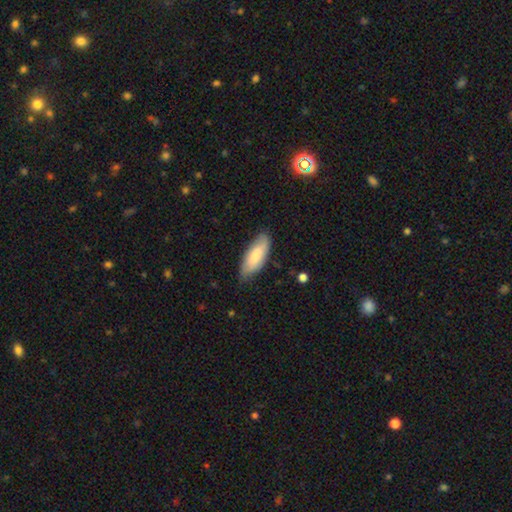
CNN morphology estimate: Q: Smooth or featured?
A: smooth (79%); runner-up: featured or disk (15%)
Q: How rounded?
A: in between (76%); runner-up: cigar-shaped (22%)
Q: Merging?
A: none (73%); runner-up: minor disturbance (22%)